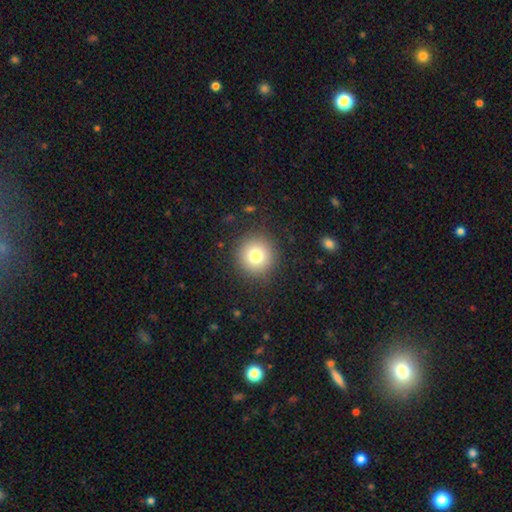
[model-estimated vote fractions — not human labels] smooth 78%, star or artifact 12%, featured or disk 10%. Down the decision tree: how rounded — round (94%); merging — none (89%).